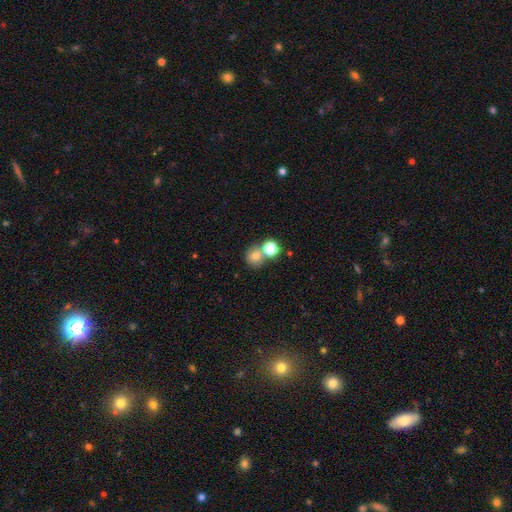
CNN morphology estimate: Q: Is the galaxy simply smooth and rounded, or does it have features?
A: smooth — 74%.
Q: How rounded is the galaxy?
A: round — 81%.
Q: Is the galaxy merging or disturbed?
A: none — 47%.